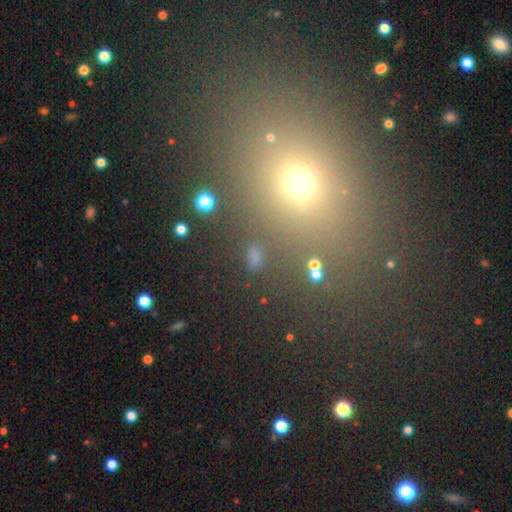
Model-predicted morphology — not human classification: Smooth or featured? Predicted: smooth (p=0.59). How rounded? Predicted: in between (p=0.60). Merging? Predicted: none (p=0.78).